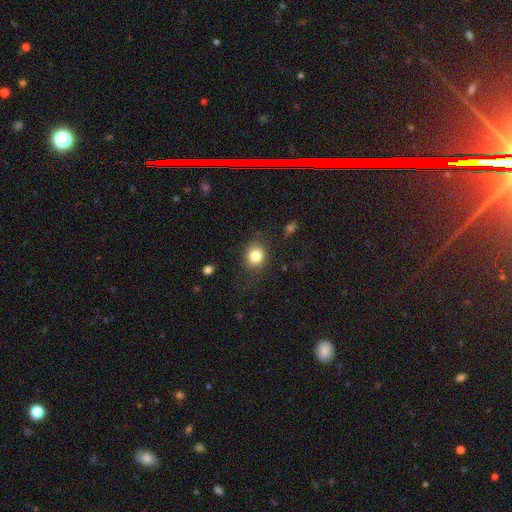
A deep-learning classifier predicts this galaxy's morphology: smooth 82%, star or artifact 10%, featured or disk 7%. Down the decision tree: how rounded — round (69%); merging — none (81%).